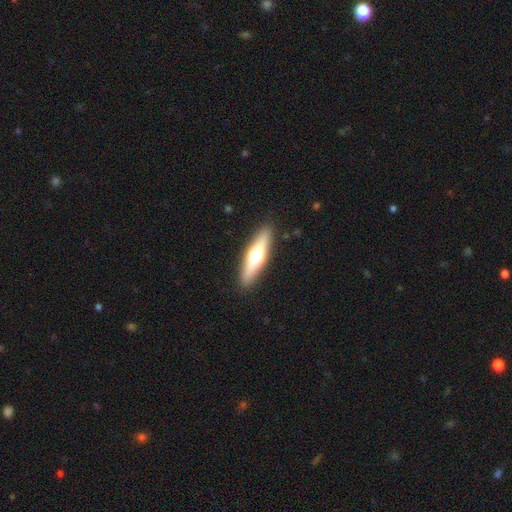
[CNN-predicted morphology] smooth_or_featured: smooth (p=0.48) [alt: featured or disk p=0.46]
merging: none (p=0.90) [alt: minor disturbance p=0.07]